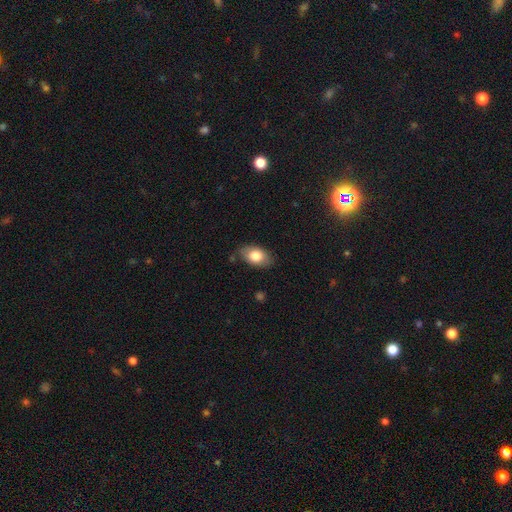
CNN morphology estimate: Smooth or featured: smooth — 79% (featured or disk — 14%)
How rounded: in between — 91% (round — 8%)
Merging: none — 80% (minor disturbance — 15%)